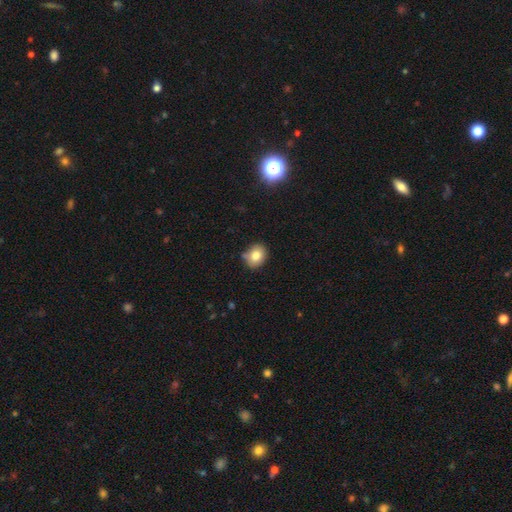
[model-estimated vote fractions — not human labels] Smooth or featured? Predicted: smooth (p=0.80). How rounded? Predicted: round (p=0.62). Merging? Predicted: none (p=0.73).